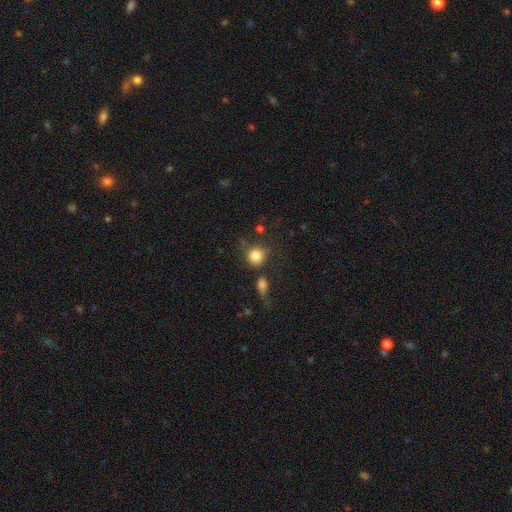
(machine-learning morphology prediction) The model was most divided on "merging": none: 62%, minor disturbance: 16%, merger: 14%, major disturbance: 9%. More confident: how rounded — round (88%); smooth or featured — smooth (82%).